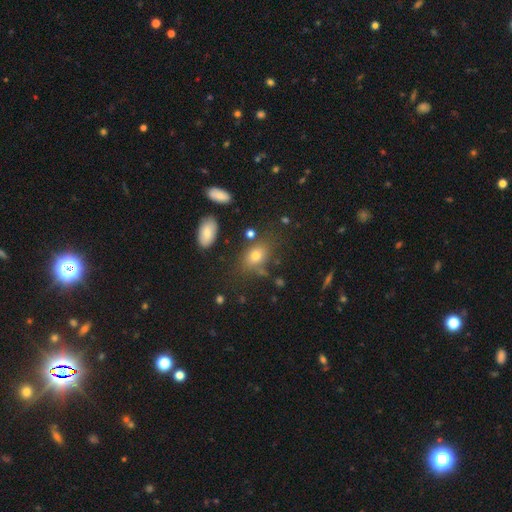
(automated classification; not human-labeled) smooth_or_featured: smooth (p=0.72) [alt: star or artifact p=0.14]
how_rounded: in between (p=0.77) [alt: round p=0.21]
merging: none (p=0.72) [alt: minor disturbance p=0.15]